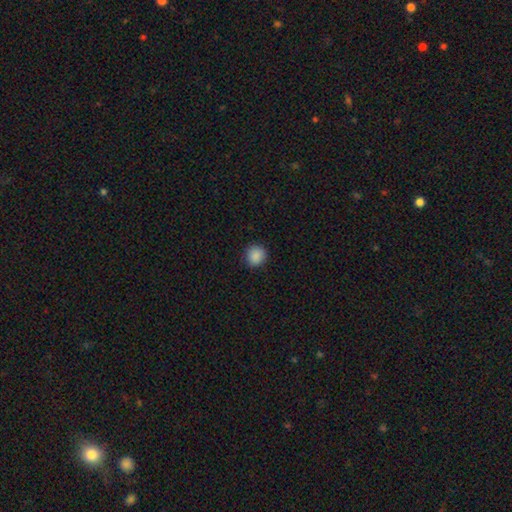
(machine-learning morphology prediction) type=smooth (88%); roundness=round (92%); merging=none (91%).